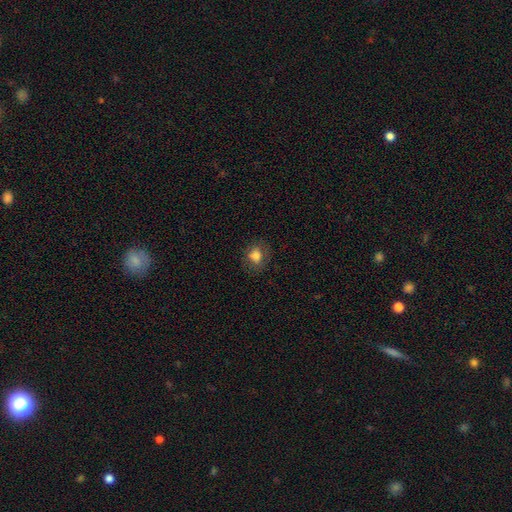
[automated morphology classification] Smooth or featured?
  - smooth: 77% *
  - featured or disk: 12%
  - star or artifact: 11%
How rounded?
  - round: 53% *
  - in between: 46%
  - cigar-shaped: 1%
Merging?
  - none: 77% *
  - minor disturbance: 16%
  - major disturbance: 6%
  - merger: 1%